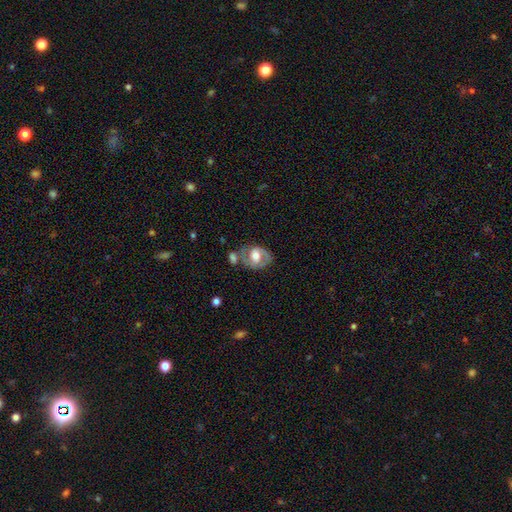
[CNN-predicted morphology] Smooth or featured? featured or disk (65%)
Edge-on disk? no (96%)
Bar? weak (42%, tied with no)
Spiral arms? yes (76%)
Bulge size? moderate (56%)
Merging? none (53%)